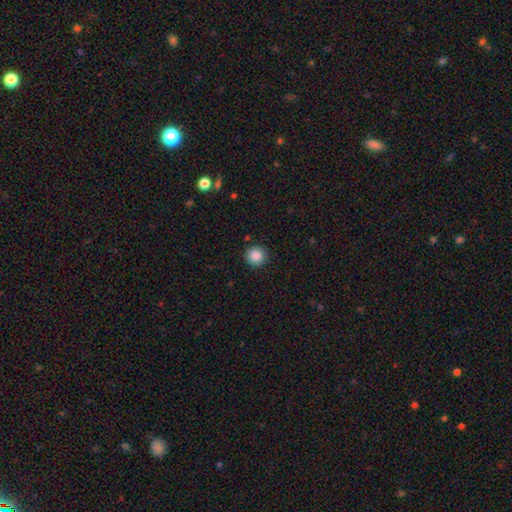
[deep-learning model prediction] Overall: smooth (87%). How rounded: round (95%). Merging: none (90%).